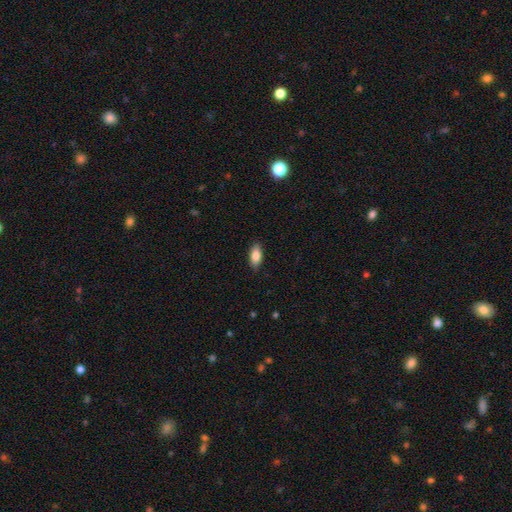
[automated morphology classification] smooth_or_featured: smooth (p=0.84) [alt: featured or disk p=0.10]
how_rounded: in between (p=0.87) [alt: cigar-shaped p=0.11]
merging: none (p=0.88) [alt: minor disturbance p=0.09]